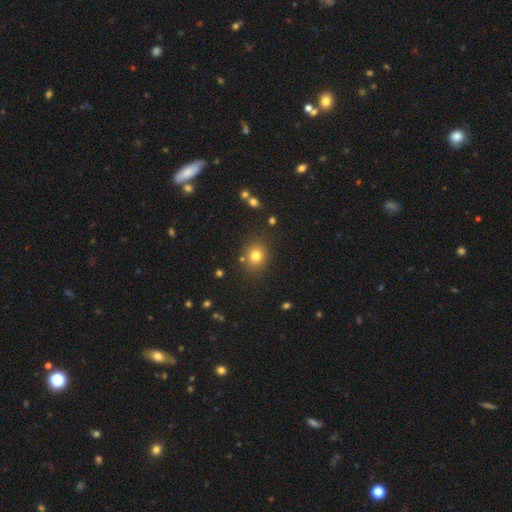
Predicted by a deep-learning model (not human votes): This is likely a smooth galaxy (78%). How rounded: likely round (75%). Merging: clearly none (83%).